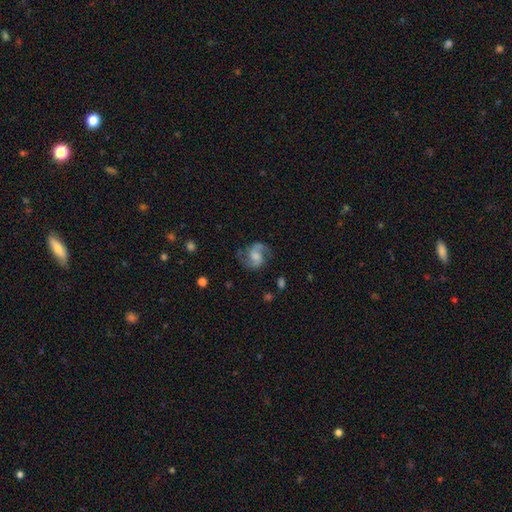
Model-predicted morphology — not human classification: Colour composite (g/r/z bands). It shows a featured or disk galaxy (80%) with no bar (48%), 2 (91%) medium (53%) spiral arms (96%) and a moderate central bulge (34%). Merging: none (72%).